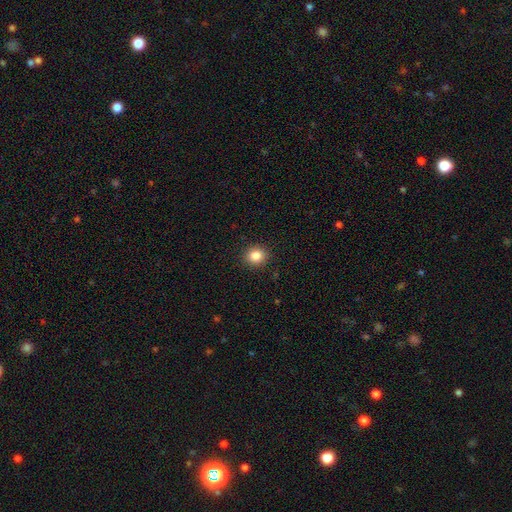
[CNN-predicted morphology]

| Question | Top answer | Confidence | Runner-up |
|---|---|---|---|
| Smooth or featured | smooth | 84% | star or artifact (11%) |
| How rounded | round | 83% | in between (16%) |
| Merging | none | 91% | minor disturbance (6%) |